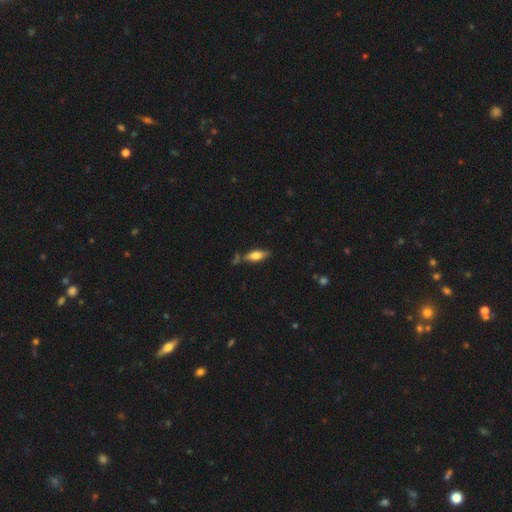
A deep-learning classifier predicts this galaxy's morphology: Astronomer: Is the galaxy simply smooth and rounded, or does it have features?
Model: smooth — 54% (runner-up: featured or disk, 39%).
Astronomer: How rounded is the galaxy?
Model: in between — 61%.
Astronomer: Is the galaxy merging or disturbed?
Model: none — 71%.